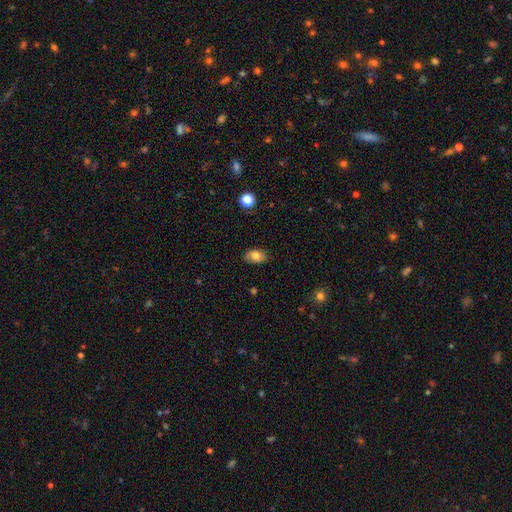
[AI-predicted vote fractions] Q: Smooth or featured?
A: smooth (80%); runner-up: featured or disk (12%)
Q: How rounded?
A: in between (89%); runner-up: round (10%)
Q: Merging?
A: none (85%); runner-up: minor disturbance (12%)